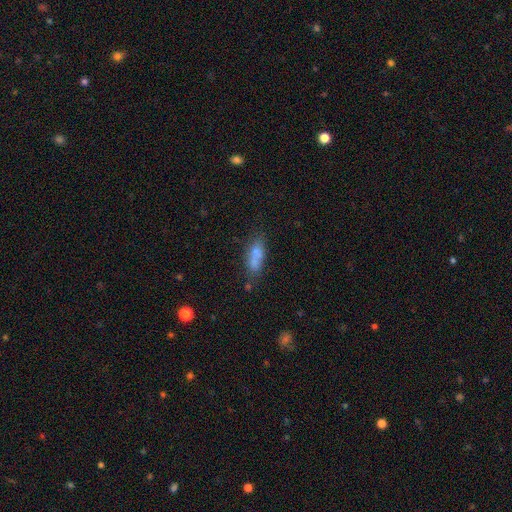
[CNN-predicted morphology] This is likely a smooth galaxy (65%). How rounded: likely in between (69%). Merging: possibly none (46%).